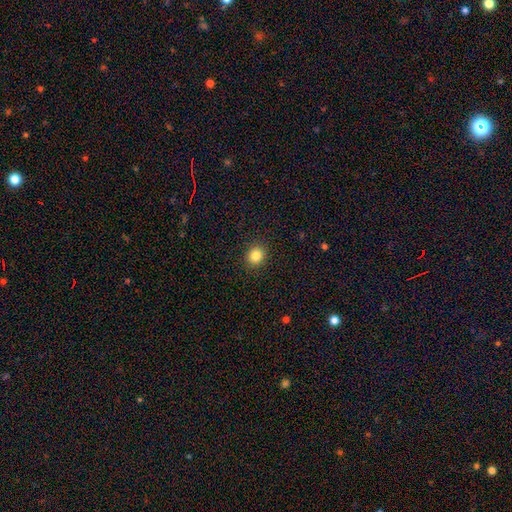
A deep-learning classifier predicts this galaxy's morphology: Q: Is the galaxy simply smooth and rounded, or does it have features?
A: smooth — 84%.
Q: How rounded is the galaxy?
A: round — 79%.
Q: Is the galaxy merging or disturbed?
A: none — 91%.